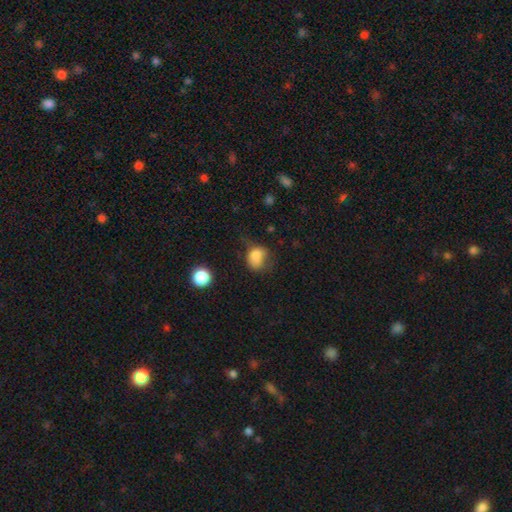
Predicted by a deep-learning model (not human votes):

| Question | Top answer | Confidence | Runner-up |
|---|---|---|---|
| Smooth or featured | smooth | 77% | star or artifact (12%) |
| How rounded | in between | 55% | round (43%) |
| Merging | minor disturbance | 33% | none (31%) |